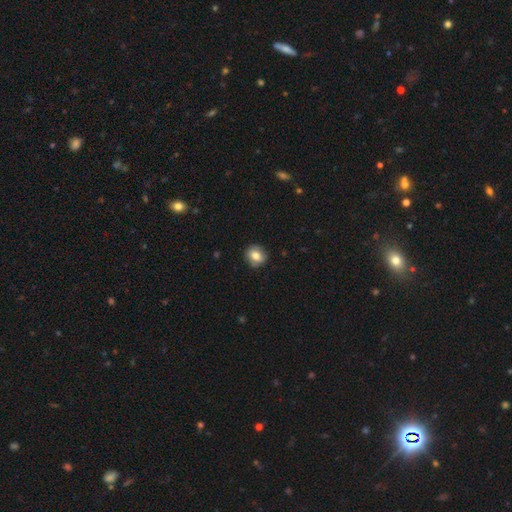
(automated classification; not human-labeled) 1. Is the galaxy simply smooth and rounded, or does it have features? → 78% smooth, 13% featured or disk, 9% star or artifact.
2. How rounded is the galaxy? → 77% round, 22% in between, 1% cigar-shaped.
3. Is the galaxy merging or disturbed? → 84% none, 12% minor disturbance, 2% major disturbance, 1% merger.